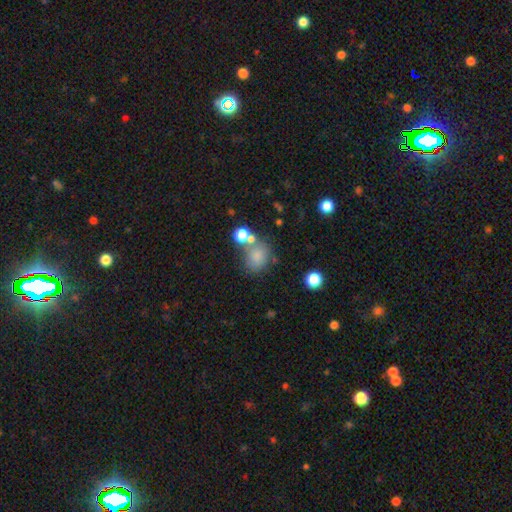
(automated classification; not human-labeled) Smooth or featured: smooth — 75% (star or artifact — 14%)
How rounded: round — 61% (in between — 38%)
Merging: none — 54% (merger — 23%)